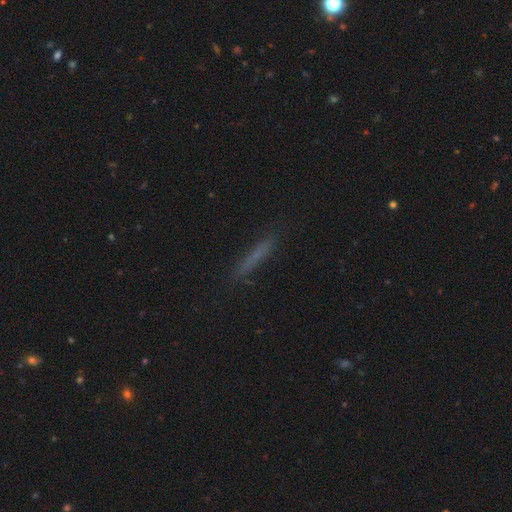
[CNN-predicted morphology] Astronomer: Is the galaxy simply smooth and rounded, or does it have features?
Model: smooth — 64%.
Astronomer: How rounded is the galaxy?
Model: cigar-shaped — 94%.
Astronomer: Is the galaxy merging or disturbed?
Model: none — 84%.